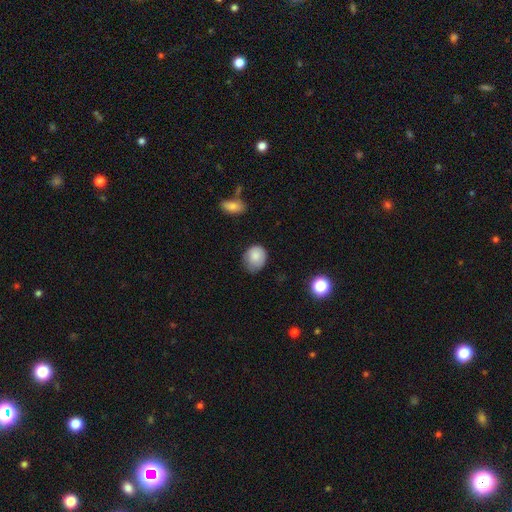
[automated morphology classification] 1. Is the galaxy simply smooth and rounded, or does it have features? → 84% smooth, 8% star or artifact, 8% featured or disk.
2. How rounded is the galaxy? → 55% round, 44% in between, 1% cigar-shaped.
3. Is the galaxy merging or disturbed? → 57% none, 33% minor disturbance, 8% major disturbance, 2% merger.